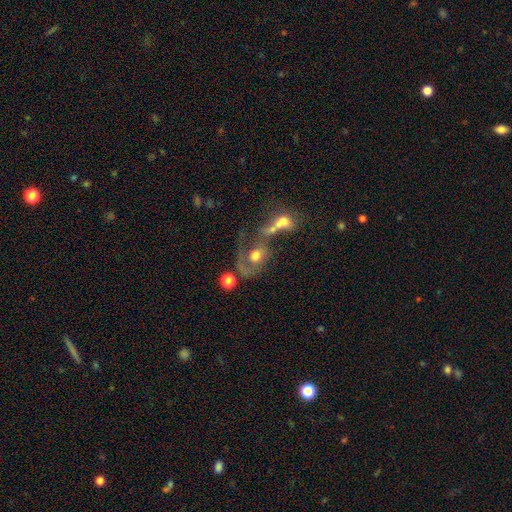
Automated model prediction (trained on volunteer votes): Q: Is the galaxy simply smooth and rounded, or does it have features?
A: featured or disk — 46%.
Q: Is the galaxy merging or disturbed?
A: merger — 34%.